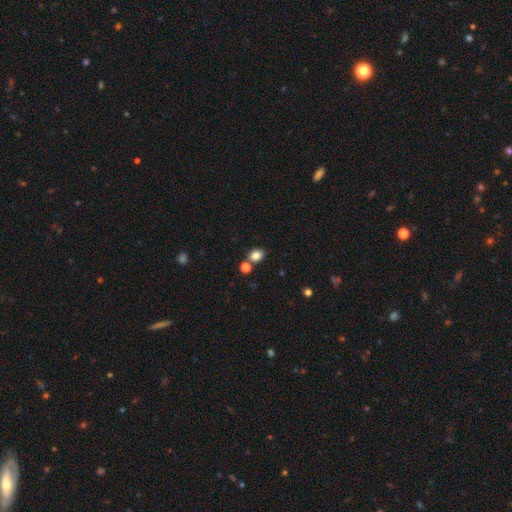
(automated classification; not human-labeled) This appears to be a smooth galaxy with no disk features (82%) that is round (52%). Merging: none (70%).